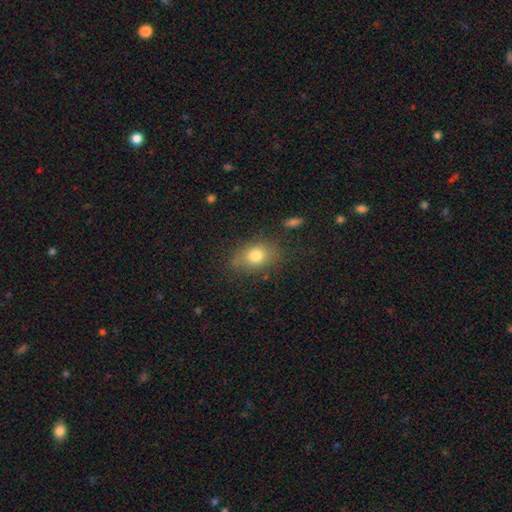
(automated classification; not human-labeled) Smooth or featured: smooth — 78% (featured or disk — 12%)
How rounded: in between — 69% (round — 29%)
Merging: none — 74% (minor disturbance — 17%)